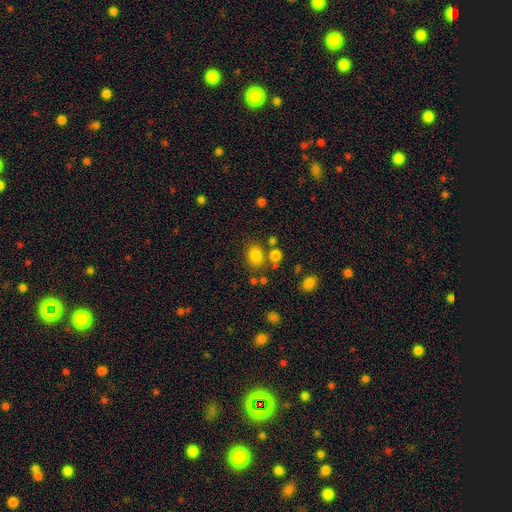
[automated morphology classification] A smooth galaxy with no disk features (82%) that is in between round and cigar-shaped (62%). Merging: none (70%).